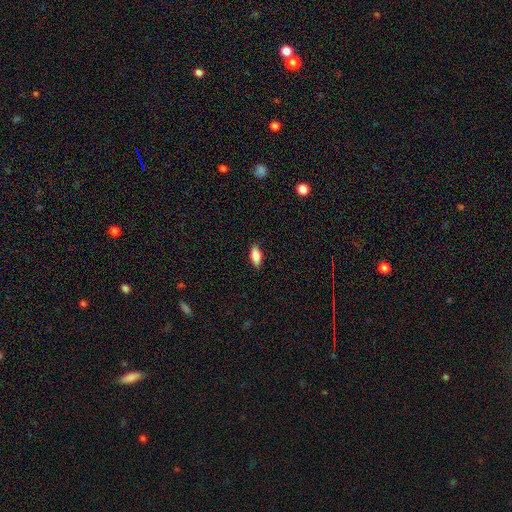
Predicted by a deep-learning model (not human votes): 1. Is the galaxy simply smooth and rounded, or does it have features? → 84% smooth, 9% featured or disk, 7% star or artifact.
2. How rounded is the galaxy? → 88% in between, 9% cigar-shaped, 3% round.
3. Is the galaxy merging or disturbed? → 86% none, 11% minor disturbance, 2% major disturbance, 1% merger.